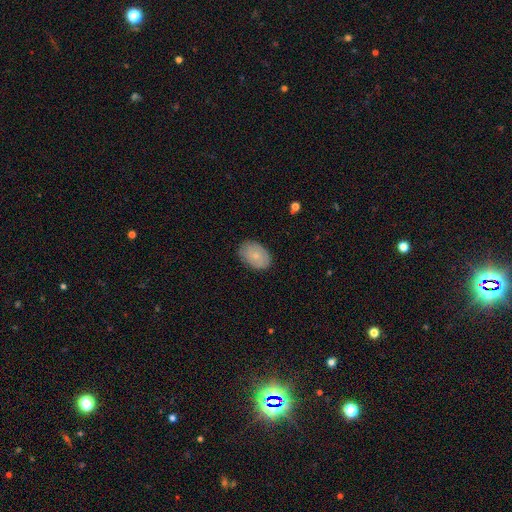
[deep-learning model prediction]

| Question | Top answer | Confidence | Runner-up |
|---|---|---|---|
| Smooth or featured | smooth | 71% | featured or disk (22%) |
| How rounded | in between | 83% | round (16%) |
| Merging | none | 83% | minor disturbance (13%) |